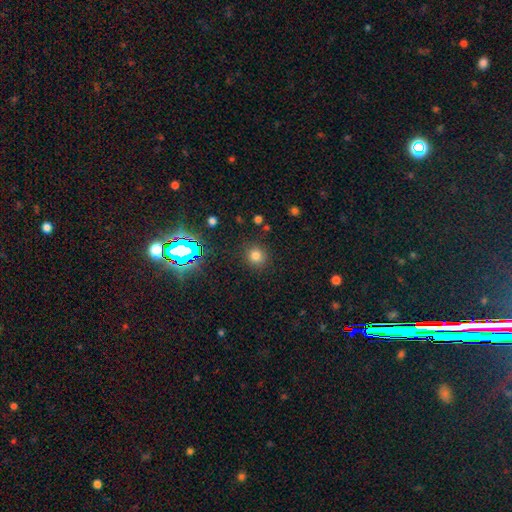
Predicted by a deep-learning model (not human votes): smooth_or_featured: smooth (p=0.75) [alt: star or artifact p=0.19]
how_rounded: round (p=0.88) [alt: in between p=0.11]
merging: none (p=0.87) [alt: minor disturbance p=0.08]